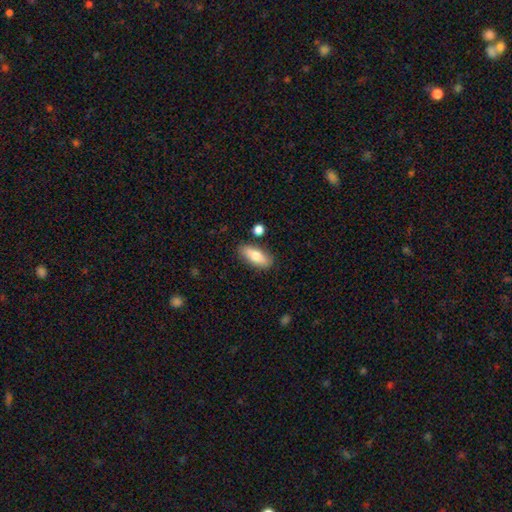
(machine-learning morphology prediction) This is likely a smooth galaxy (75%). How rounded: likely in between (76%). Merging: clearly none (83%).